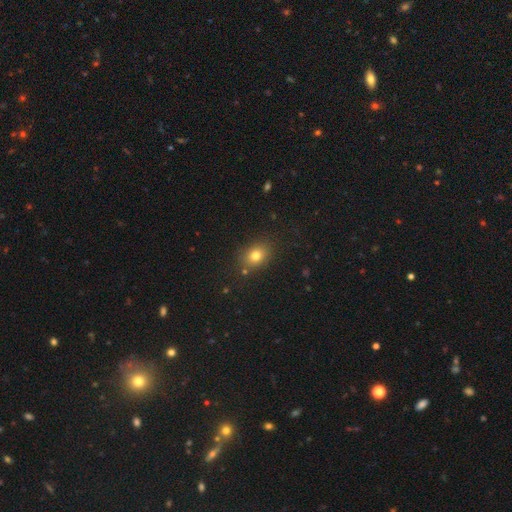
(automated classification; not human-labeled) Smooth or featured?
  - smooth: 77% *
  - star or artifact: 13%
  - featured or disk: 10%
How rounded?
  - in between: 59% *
  - round: 40%
  - cigar-shaped: 1%
Merging?
  - none: 82% *
  - minor disturbance: 11%
  - major disturbance: 3%
  - merger: 3%